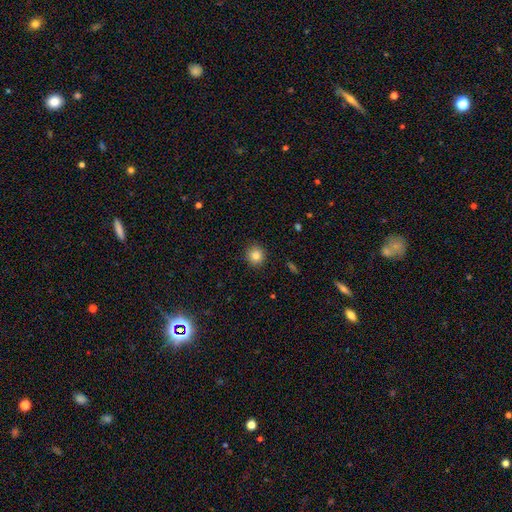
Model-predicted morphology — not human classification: A smooth galaxy with no disk features (83%) that is round (90%). Merging: none (90%).